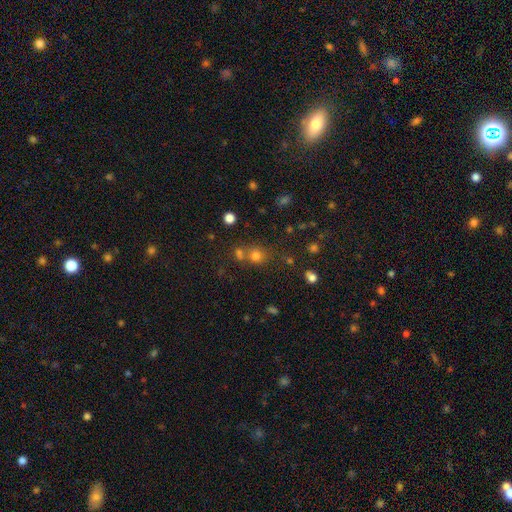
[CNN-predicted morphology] Q: Smooth or featured?
A: smooth (71%); runner-up: star or artifact (21%)
Q: How rounded?
A: round (82%); runner-up: in between (16%)
Q: Merging?
A: none (58%); runner-up: merger (28%)